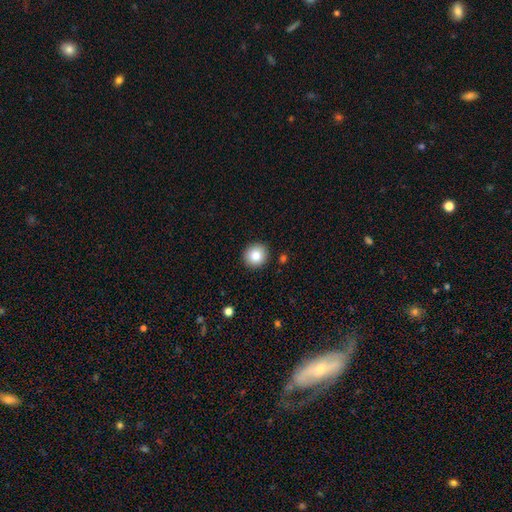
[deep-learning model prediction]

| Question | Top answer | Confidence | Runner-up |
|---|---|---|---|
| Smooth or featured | smooth | 83% | star or artifact (9%) |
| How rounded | round | 89% | in between (11%) |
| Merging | none | 91% | minor disturbance (6%) |